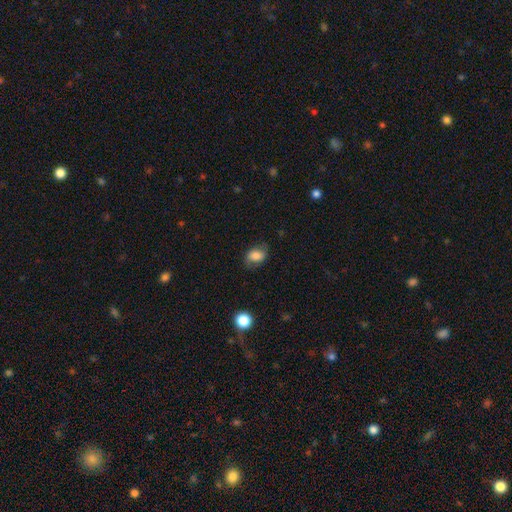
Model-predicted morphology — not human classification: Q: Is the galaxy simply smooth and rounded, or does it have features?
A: smooth — 71%.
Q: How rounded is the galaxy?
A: in between — 70%.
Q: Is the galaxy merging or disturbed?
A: none — 66%.